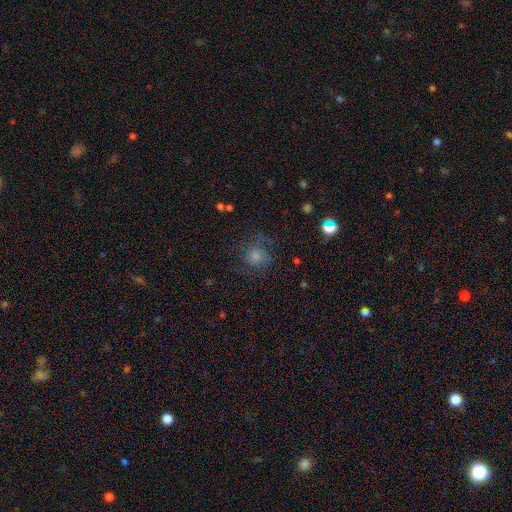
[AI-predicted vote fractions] Morphology: type=featured or disk (43%); merging=none (69%).